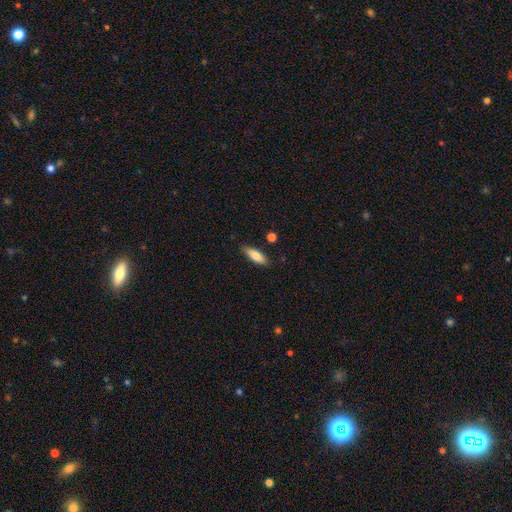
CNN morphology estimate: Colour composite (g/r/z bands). It shows a smooth galaxy with no disk features (78%) that is in between round and cigar-shaped (53%). Merging: none (83%).